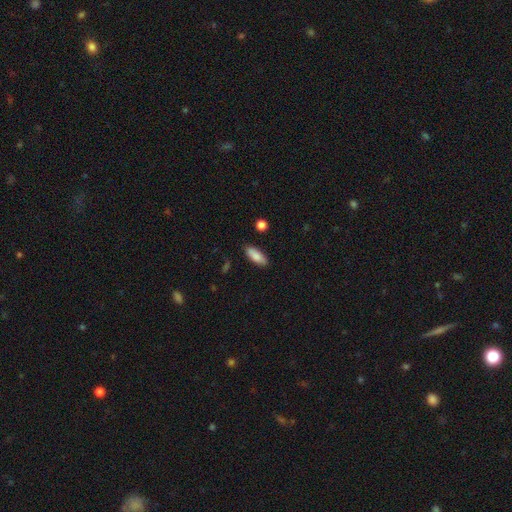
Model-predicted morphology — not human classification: Q: Smooth or featured?
A: smooth (85%); runner-up: featured or disk (8%)
Q: How rounded?
A: in between (77%); runner-up: cigar-shaped (21%)
Q: Merging?
A: none (86%); runner-up: minor disturbance (10%)